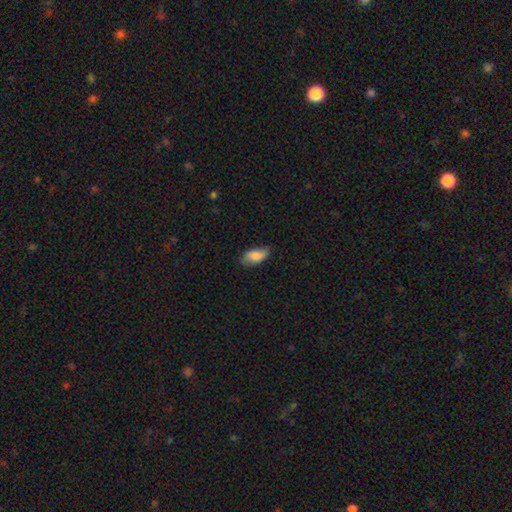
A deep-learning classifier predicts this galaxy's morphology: A smooth galaxy with no disk features (77%) that is in between round and cigar-shaped (89%).

Vote fractions:
- Smooth or featured? smooth: 77% / featured or disk: 16% / star or artifact: 7%
- How rounded? in between: 89% / cigar-shaped: 8% / round: 3%
- Merging? none: 75% / minor disturbance: 20% / major disturbance: 4% / merger: 1%